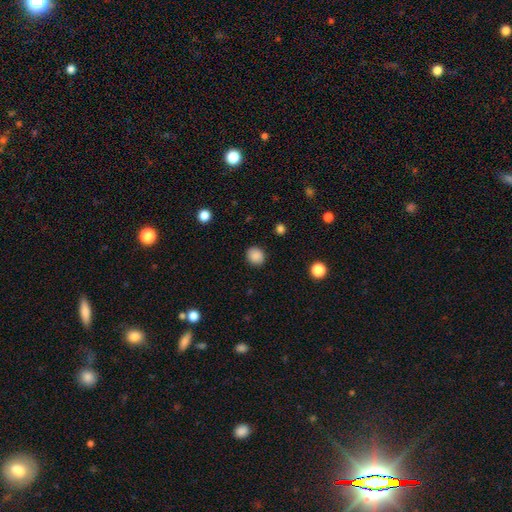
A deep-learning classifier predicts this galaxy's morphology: smooth 87%, star or artifact 10%, featured or disk 3%. Down the decision tree: how rounded — round (79%); merging — none (89%).